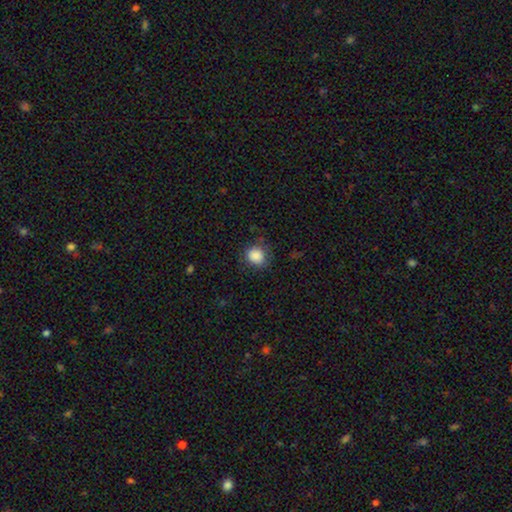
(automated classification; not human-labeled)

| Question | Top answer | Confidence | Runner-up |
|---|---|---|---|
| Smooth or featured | smooth | 87% | star or artifact (9%) |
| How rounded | round | 72% | in between (27%) |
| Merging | none | 76% | minor disturbance (17%) |